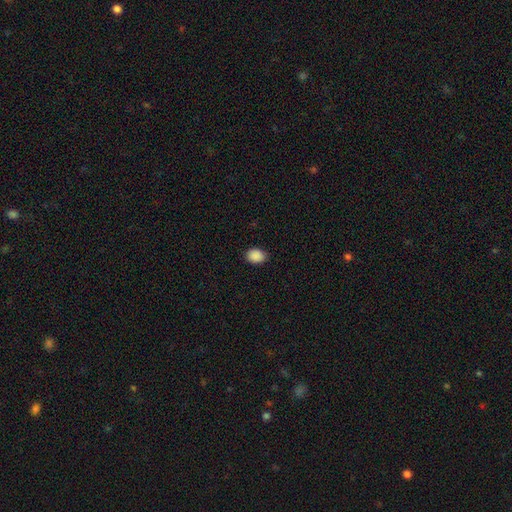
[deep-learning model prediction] Overall: smooth (90%). How rounded: in between (64%; round 35%). Merging: none (85%).